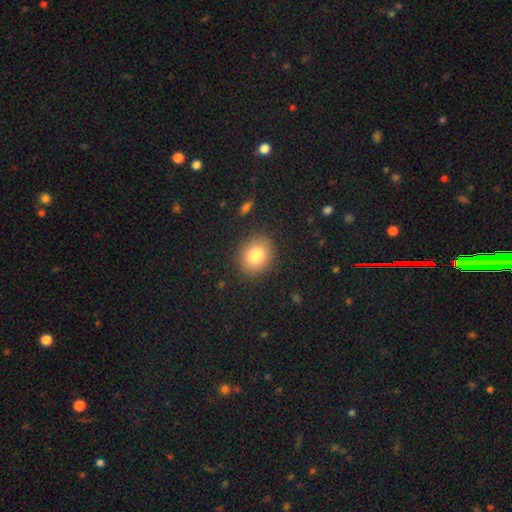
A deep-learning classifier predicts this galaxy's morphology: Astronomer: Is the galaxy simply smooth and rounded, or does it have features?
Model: smooth — 81%.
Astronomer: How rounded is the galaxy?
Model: round — 64%.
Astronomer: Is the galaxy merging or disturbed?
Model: none — 87%.